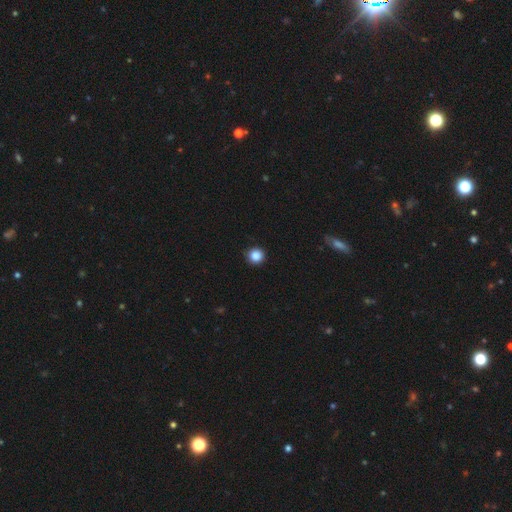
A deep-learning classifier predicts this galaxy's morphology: Smooth or featured: smooth — 87% (star or artifact — 10%)
How rounded: round — 95% (in between — 4%)
Merging: none — 91% (minor disturbance — 6%)